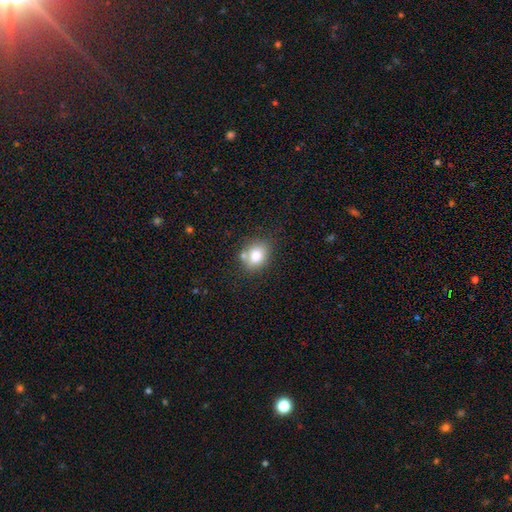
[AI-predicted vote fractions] This is likely a smooth galaxy (78%). How rounded: possibly round (52%). Merging: likely none (64%).